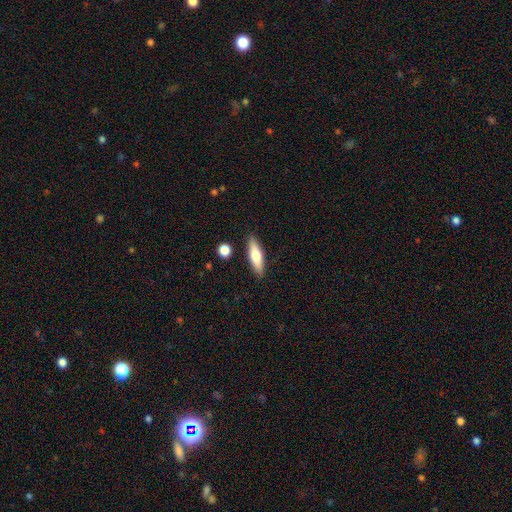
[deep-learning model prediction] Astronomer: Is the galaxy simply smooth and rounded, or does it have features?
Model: smooth — 63%.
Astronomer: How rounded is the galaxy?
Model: cigar-shaped — 60% (runner-up: in between, 37%).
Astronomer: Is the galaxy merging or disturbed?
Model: none — 87%.